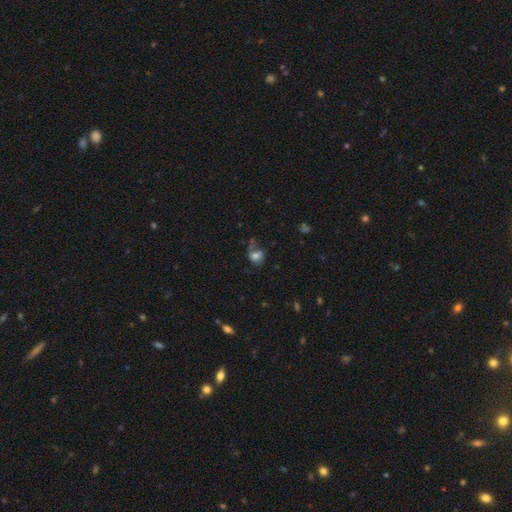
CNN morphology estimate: smooth 64%, featured or disk 23%, star or artifact 14%. Down the decision tree: how rounded — in between (49%, tied with round); merging — none (41%).